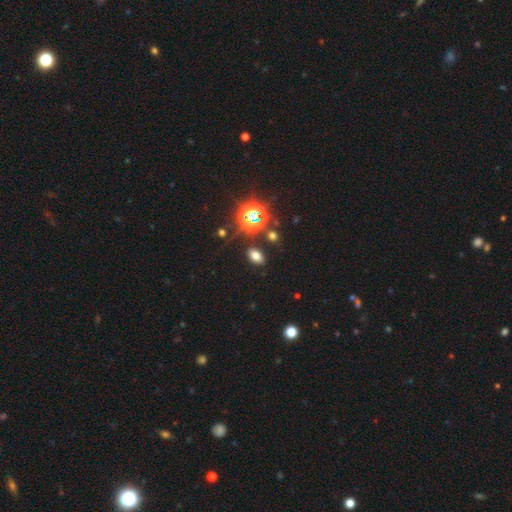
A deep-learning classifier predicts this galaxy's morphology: Smooth or featured?
  - smooth: 63% *
  - star or artifact: 28%
  - featured or disk: 9%
How rounded?
  - in between: 86% *
  - round: 12%
  - cigar-shaped: 3%
Merging?
  - none: 86% *
  - minor disturbance: 8%
  - major disturbance: 3%
  - merger: 3%